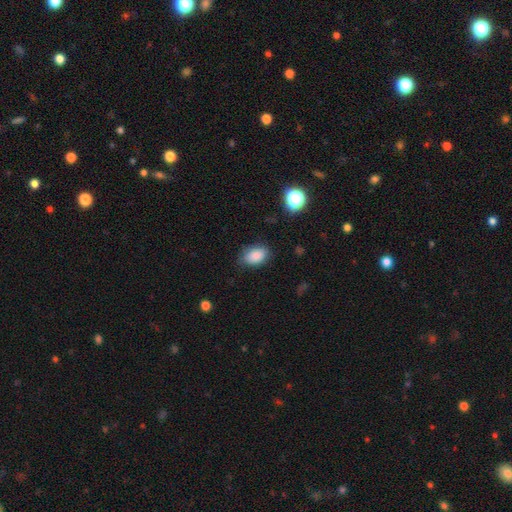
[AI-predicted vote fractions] smooth-or-featured: smooth: 86% | star or artifact: 8% | featured or disk: 6%
  how-rounded: in between: 87% | round: 12% | cigar-shaped: 1%
  merging: none: 77% | minor disturbance: 17% | major disturbance: 4% | merger: 1%